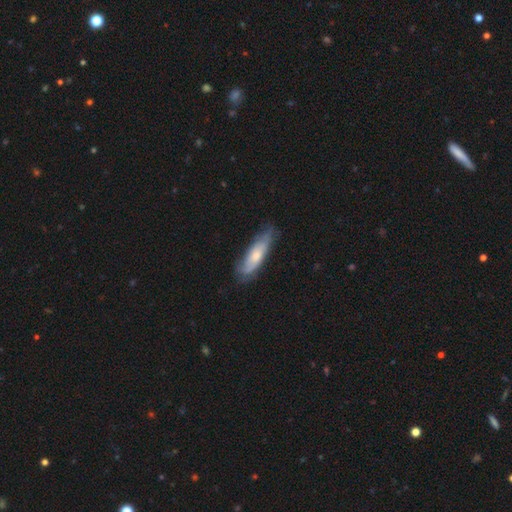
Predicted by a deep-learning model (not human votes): This appears to be a smooth galaxy with no disk features (50%). Merging: none (62%).